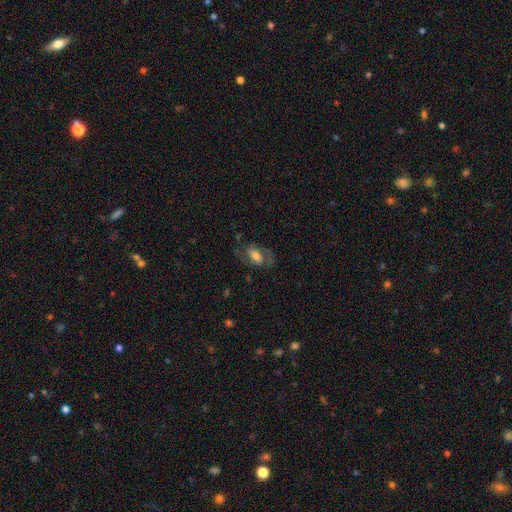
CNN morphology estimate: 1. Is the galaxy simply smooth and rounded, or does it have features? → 56% featured or disk, 36% smooth, 7% star or artifact.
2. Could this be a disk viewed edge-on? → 93% no, 7% yes.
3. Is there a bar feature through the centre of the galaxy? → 39% no, 36% weak, 24% strong.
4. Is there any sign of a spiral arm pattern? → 76% yes, 24% no.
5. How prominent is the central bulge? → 49% moderate, 26% large, 19% small, 3% none, 3% dominant.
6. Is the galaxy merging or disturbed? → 67% none, 17% minor disturbance, 14% major disturbance, 2% merger.